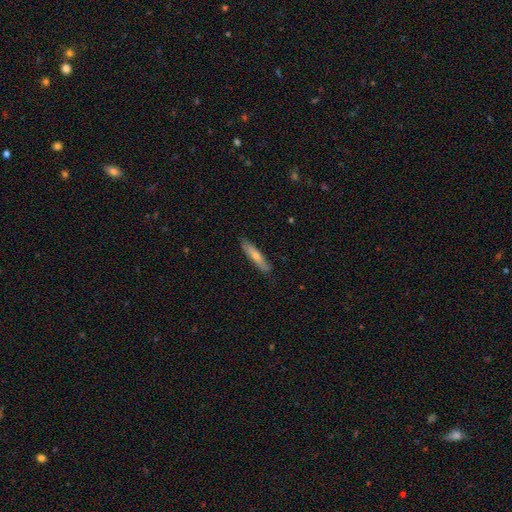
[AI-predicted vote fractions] A smooth galaxy with no disk features (68%) that is cigar-shaped (85%).

Vote fractions:
- Smooth or featured? smooth: 68% / featured or disk: 26% / star or artifact: 5%
- How rounded? cigar-shaped: 85% / in between: 14% / round: 1%
- Merging? none: 85% / minor disturbance: 12% / major disturbance: 2% / merger: 1%